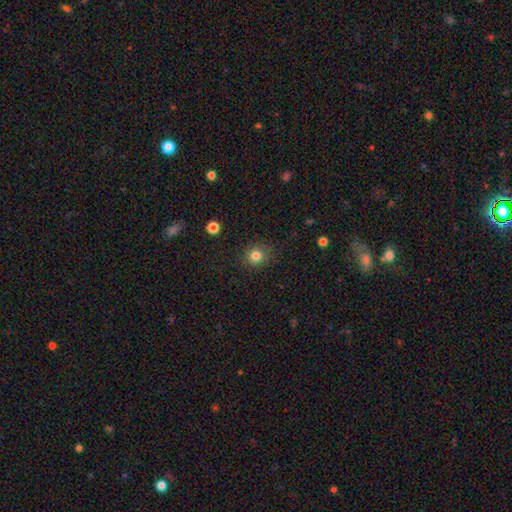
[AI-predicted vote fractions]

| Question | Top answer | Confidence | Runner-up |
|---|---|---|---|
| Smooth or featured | smooth | 82% | star or artifact (12%) |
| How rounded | round | 87% | in between (12%) |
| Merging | none | 86% | minor disturbance (9%) |